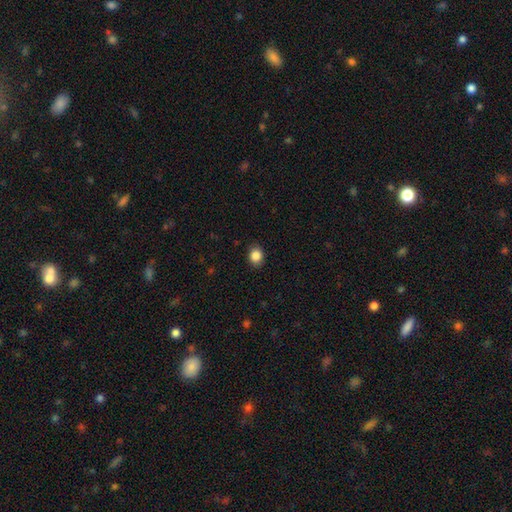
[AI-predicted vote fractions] A smooth galaxy with no disk features (86%) that is round (54%).

Vote fractions:
- Smooth or featured? smooth: 86% / star or artifact: 9% / featured or disk: 4%
- How rounded? round: 54% / in between: 46% / cigar-shaped: 1%
- Merging? none: 87% / minor disturbance: 10% / major disturbance: 2% / merger: 1%